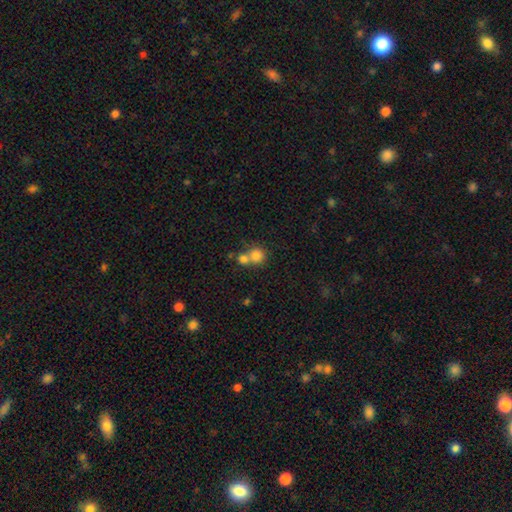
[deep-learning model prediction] A smooth galaxy with no disk features (79%) that is round (88%).

Vote fractions:
- Smooth or featured? smooth: 79% / star or artifact: 11% / featured or disk: 10%
- How rounded? round: 88% / in between: 12% / cigar-shaped: 1%
- Merging? merger: 50% / none: 41% / minor disturbance: 6% / major disturbance: 3%